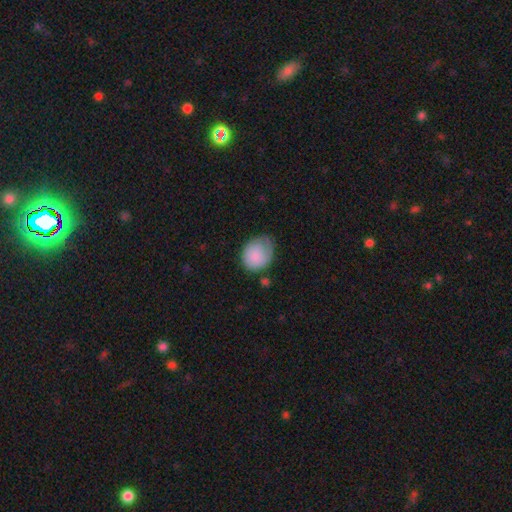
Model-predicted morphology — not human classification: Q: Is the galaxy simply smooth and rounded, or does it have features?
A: smooth — 80%.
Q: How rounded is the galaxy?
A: round — 50%.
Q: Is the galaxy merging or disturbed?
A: none — 44%.